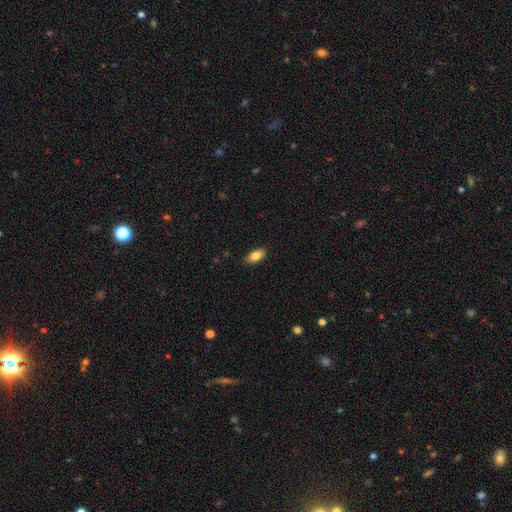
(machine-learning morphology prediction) The model was most divided on "smooth or featured": smooth: 82%, featured or disk: 11%, star or artifact: 7%. More confident: how rounded — in between (89%); merging — none (86%).